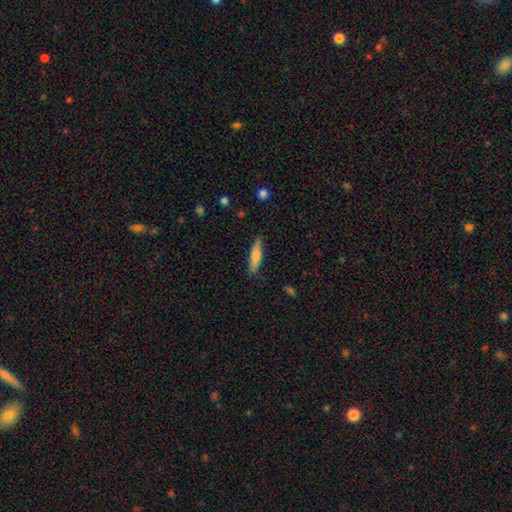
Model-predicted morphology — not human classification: type=smooth (70%); roundness=cigar-shaped (79%); merging=none (85%).